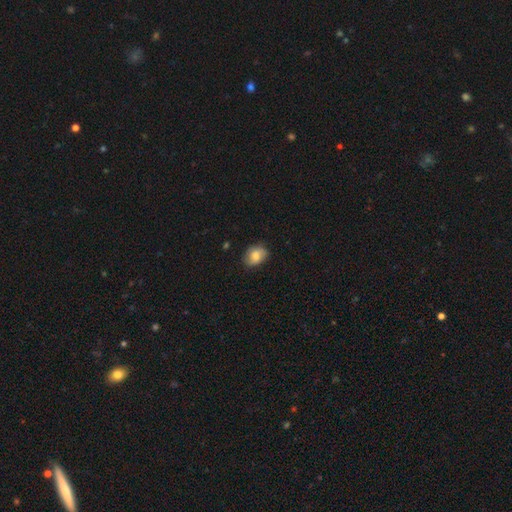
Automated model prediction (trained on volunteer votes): smooth 70%, featured or disk 22%, star or artifact 8%. Down the decision tree: how rounded — in between (67%); merging — none (77%).